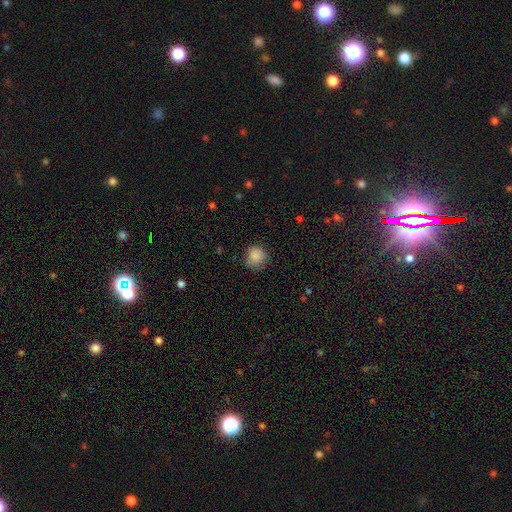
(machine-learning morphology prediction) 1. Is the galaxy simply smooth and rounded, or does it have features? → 86% smooth, 9% star or artifact, 5% featured or disk.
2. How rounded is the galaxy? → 87% round, 12% in between, 1% cigar-shaped.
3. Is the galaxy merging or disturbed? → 72% none, 21% minor disturbance, 6% major disturbance, 1% merger.